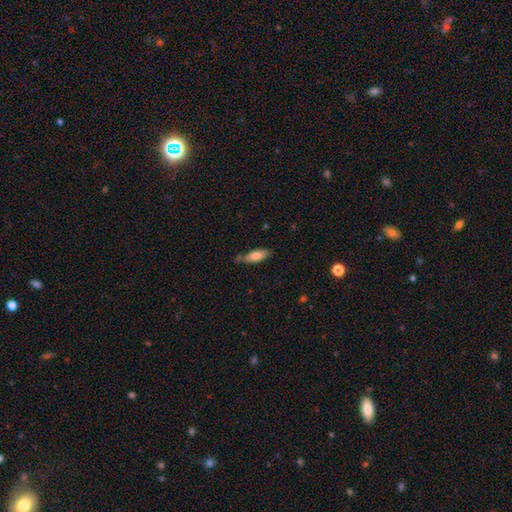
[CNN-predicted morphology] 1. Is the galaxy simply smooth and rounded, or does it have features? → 77% smooth, 16% featured or disk, 7% star or artifact.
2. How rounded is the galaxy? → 64% in between, 34% cigar-shaped, 2% round.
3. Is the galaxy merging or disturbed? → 65% none, 24% minor disturbance, 7% merger, 5% major disturbance.